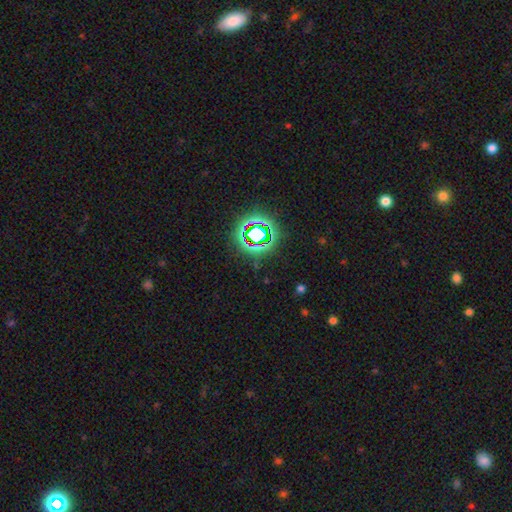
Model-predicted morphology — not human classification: The model was most divided on "smooth or featured": star or artifact: 76%, smooth: 15%, featured or disk: 10%.